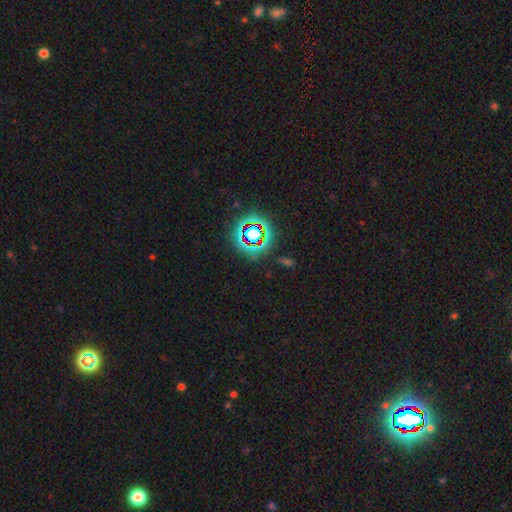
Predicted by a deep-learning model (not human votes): A star or artifact, not a galaxy (67%).

Vote fractions:
- Smooth or featured? star or artifact: 67% / smooth: 19% / featured or disk: 14%